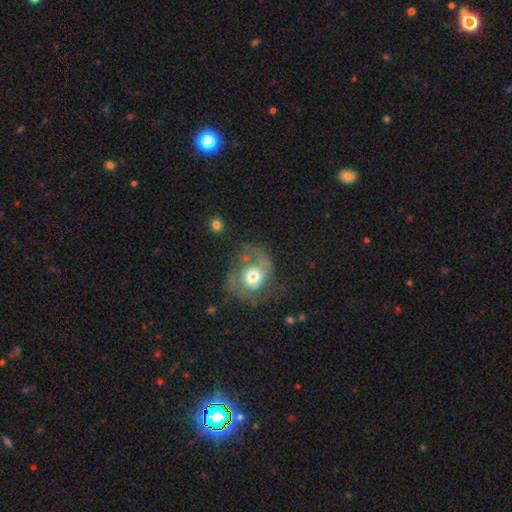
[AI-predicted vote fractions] Q: Smooth or featured?
A: featured or disk (55%); runner-up: smooth (29%)
Q: Edge-on disk?
A: no (96%); runner-up: yes (4%)
Q: Bar?
A: no (75%); runner-up: weak (20%)
Q: Spiral arms?
A: yes (65%); runner-up: no (35%)
Q: Bulge size?
A: moderate (63%); runner-up: large (25%)
Q: Merging?
A: none (52%); runner-up: major disturbance (23%)